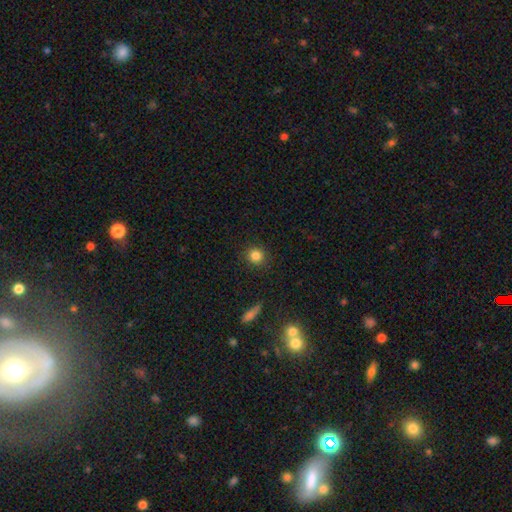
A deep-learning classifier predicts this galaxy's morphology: Smooth or featured? smooth (85%)
How rounded? round (91%)
Merging? none (89%)